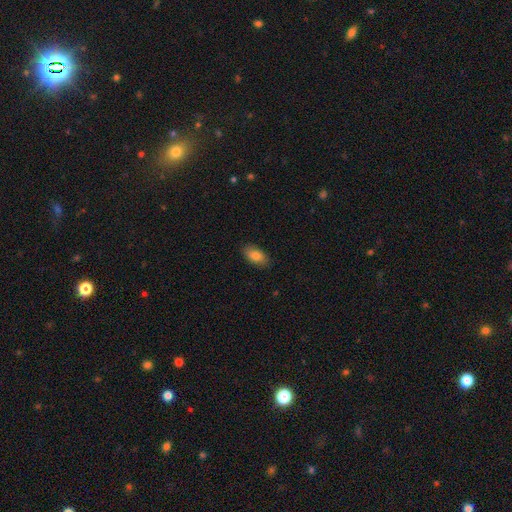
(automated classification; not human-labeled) This is clearly a smooth galaxy (81%). How rounded: clearly in between (92%). Merging: clearly none (87%).